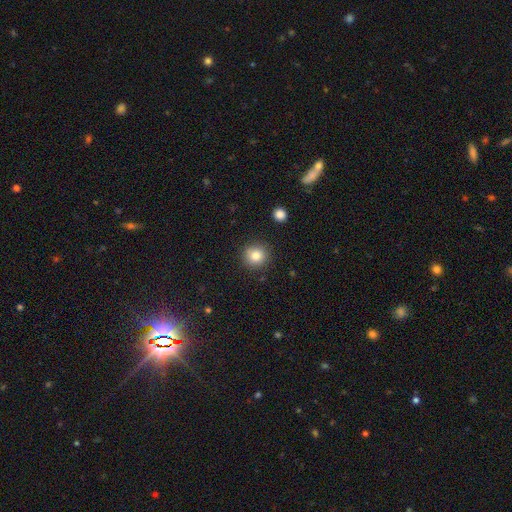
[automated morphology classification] smooth 82%, star or artifact 11%, featured or disk 7%. Down the decision tree: how rounded — round (93%); merging — none (89%).